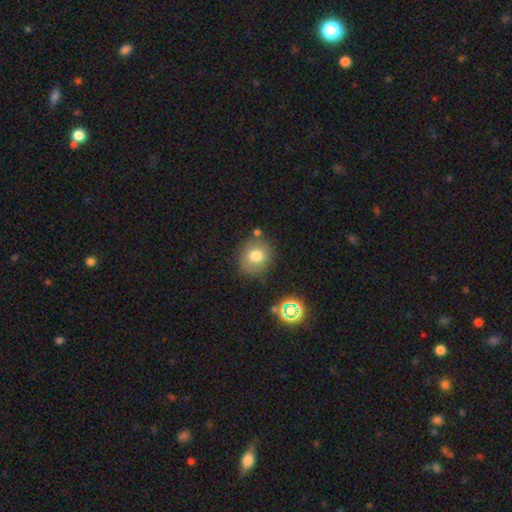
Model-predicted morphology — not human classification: Smooth or featured?
  - smooth: 74% *
  - featured or disk: 13%
  - star or artifact: 12%
How rounded?
  - round: 81% *
  - in between: 18%
  - cigar-shaped: 1%
Merging?
  - none: 77% *
  - minor disturbance: 13%
  - merger: 6%
  - major disturbance: 4%